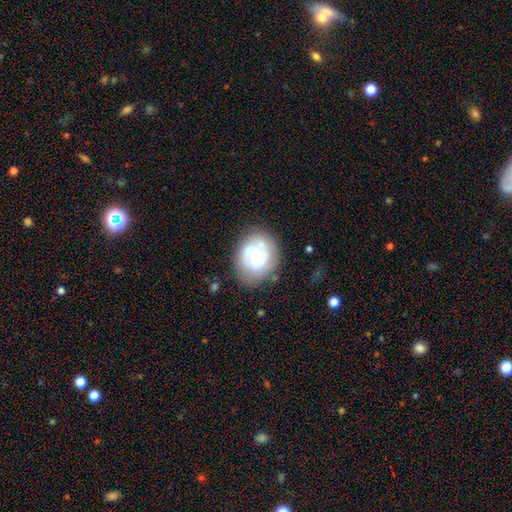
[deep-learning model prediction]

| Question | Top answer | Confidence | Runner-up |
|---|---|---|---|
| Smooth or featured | featured or disk | 66% | smooth (27%) |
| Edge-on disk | no | 98% | yes (2%) |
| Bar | no | 76% | weak (21%) |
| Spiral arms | yes | 73% | no (27%) |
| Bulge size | small | 56% | moderate (34%) |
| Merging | none | 68% | minor disturbance (20%) |